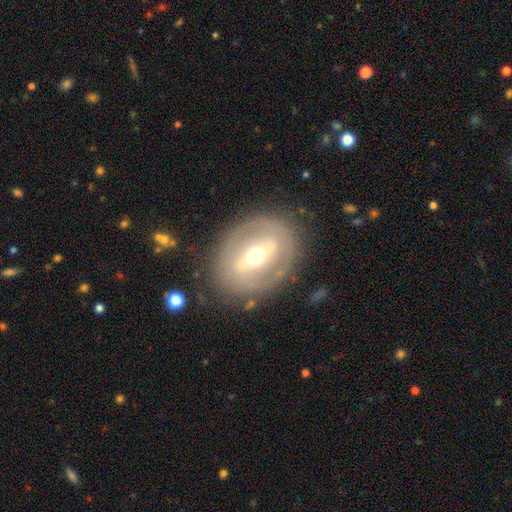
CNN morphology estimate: A featured or disk galaxy (70%) with a strong bar (52%), no spiral arms (67%) and a moderate central bulge (67%). Merging: none (80%).